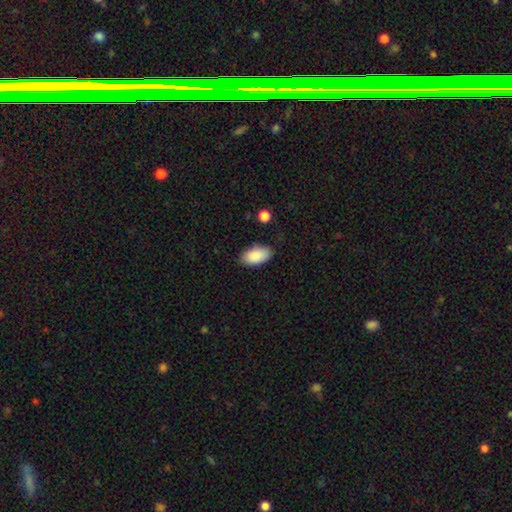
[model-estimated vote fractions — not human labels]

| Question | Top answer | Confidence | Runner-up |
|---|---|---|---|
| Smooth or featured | smooth | 89% | star or artifact (6%) |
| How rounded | in between | 94% | cigar-shaped (3%) |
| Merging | none | 83% | minor disturbance (13%) |